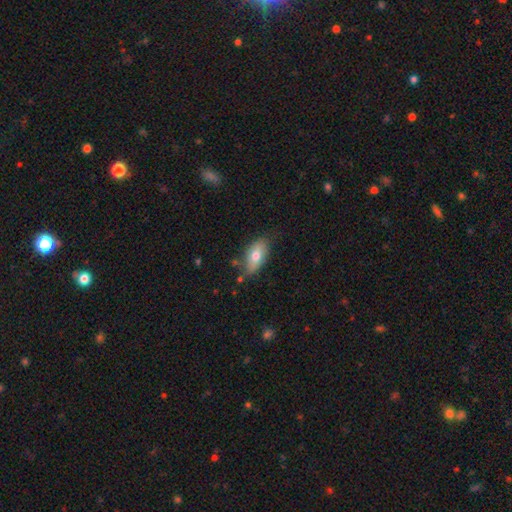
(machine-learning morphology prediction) type=smooth (70%); roundness=in between (89%); merging=none (69%).